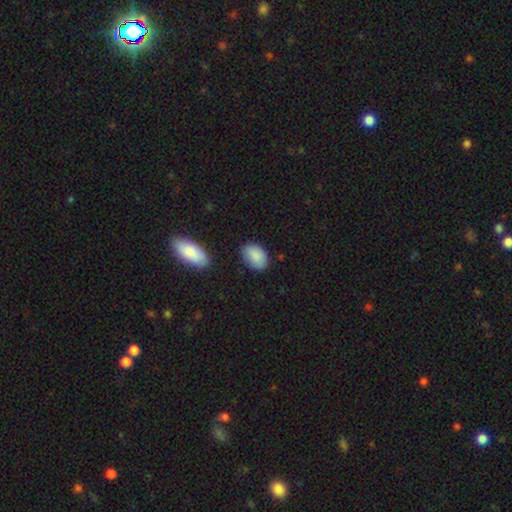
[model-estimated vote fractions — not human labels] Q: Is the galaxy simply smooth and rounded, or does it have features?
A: smooth — 87%.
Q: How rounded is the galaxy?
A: in between — 87%.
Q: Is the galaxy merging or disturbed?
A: none — 76%.